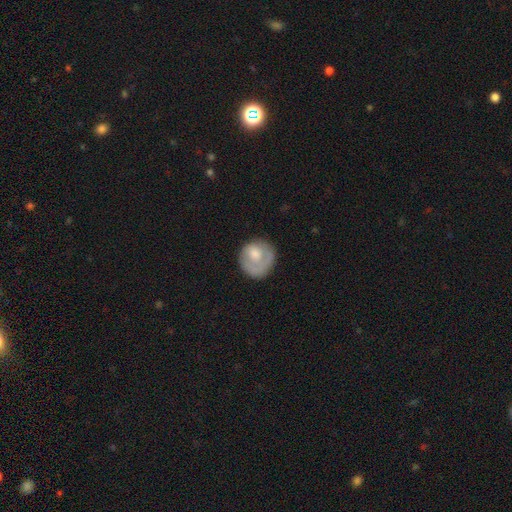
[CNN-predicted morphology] Smooth or featured? smooth (59%)
How rounded? round (84%)
Merging? none (59%)